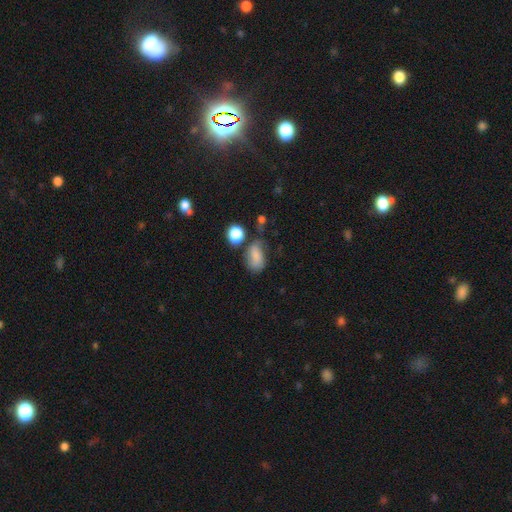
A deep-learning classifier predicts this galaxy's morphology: Smooth or featured?
  - smooth: 75% *
  - featured or disk: 14%
  - star or artifact: 11%
How rounded?
  - in between: 83% *
  - round: 14%
  - cigar-shaped: 2%
Merging?
  - none: 44% *
  - minor disturbance: 30%
  - major disturbance: 15%
  - merger: 11%